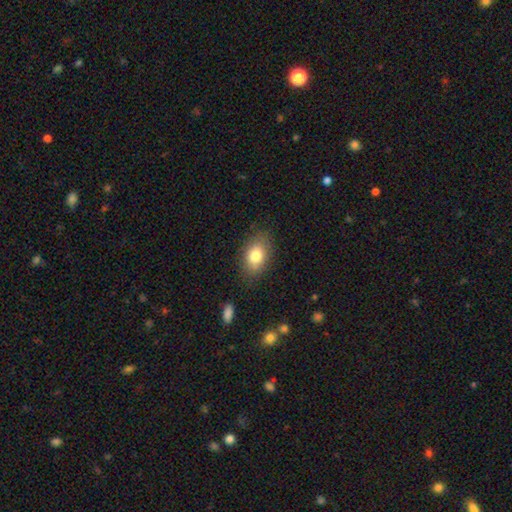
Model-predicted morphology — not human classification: Smooth or featured?
  - smooth: 80% *
  - featured or disk: 12%
  - star or artifact: 8%
How rounded?
  - in between: 85% *
  - round: 13%
  - cigar-shaped: 2%
Merging?
  - none: 80% *
  - minor disturbance: 14%
  - major disturbance: 4%
  - merger: 2%